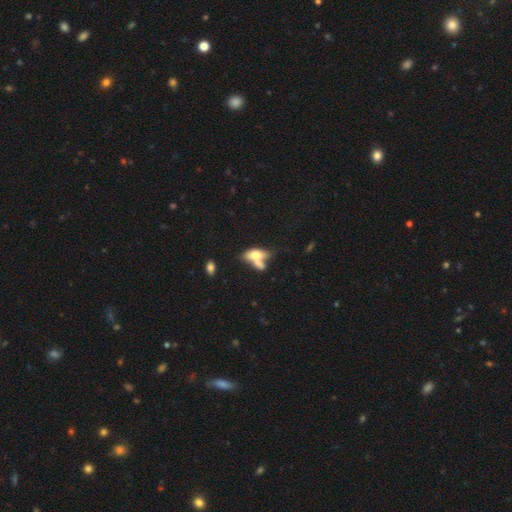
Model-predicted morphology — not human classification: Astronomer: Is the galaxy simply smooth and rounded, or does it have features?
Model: smooth — 63%.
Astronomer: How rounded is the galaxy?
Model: in between — 78%.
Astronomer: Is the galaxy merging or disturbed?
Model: merger — 55%.